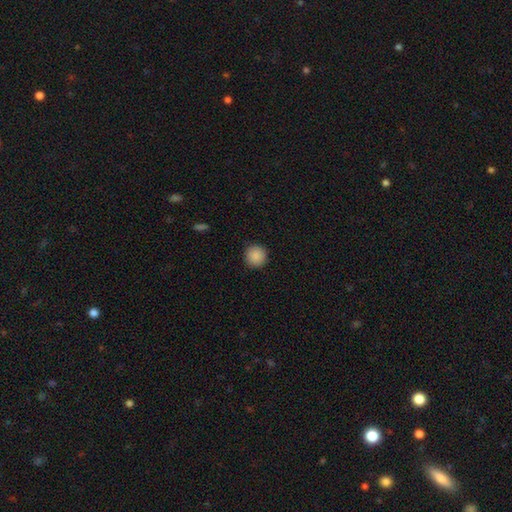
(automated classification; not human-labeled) A smooth galaxy with no disk features (89%) that is round (95%).

Vote fractions:
- Smooth or featured? smooth: 89% / star or artifact: 8% / featured or disk: 3%
- How rounded? round: 95% / in between: 4% / cigar-shaped: 1%
- Merging? none: 92% / minor disturbance: 5% / major disturbance: 2% / merger: 1%